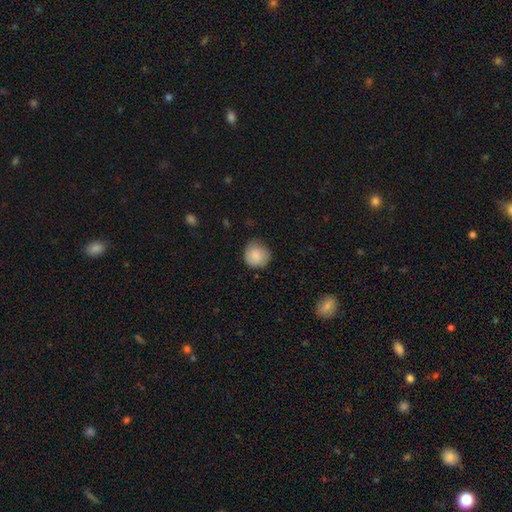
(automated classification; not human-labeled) Smooth or featured?
  - smooth: 83% *
  - featured or disk: 10%
  - star or artifact: 7%
How rounded?
  - round: 87% *
  - in between: 12%
  - cigar-shaped: 1%
Merging?
  - none: 73% *
  - minor disturbance: 22%
  - major disturbance: 4%
  - merger: 1%